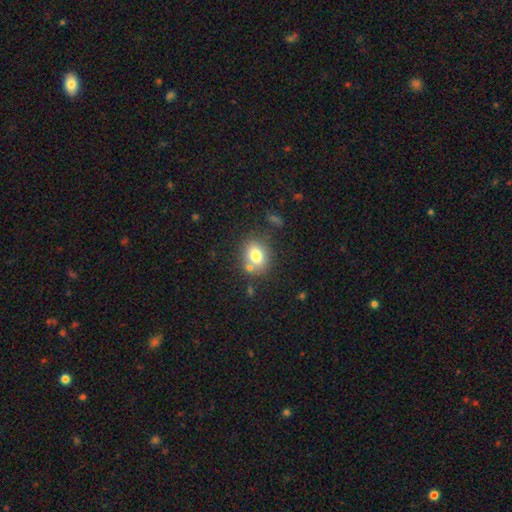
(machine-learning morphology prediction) Smooth or featured? Predicted: smooth (p=0.76). How rounded? Predicted: round (p=0.52). Merging? Predicted: none (p=0.69).